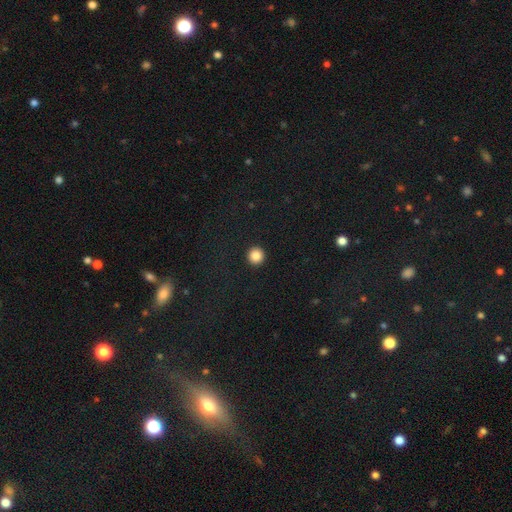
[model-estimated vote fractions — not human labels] Smooth or featured: smooth — 86% (star or artifact — 10%)
How rounded: round — 96% (in between — 3%)
Merging: none — 94% (minor disturbance — 4%)